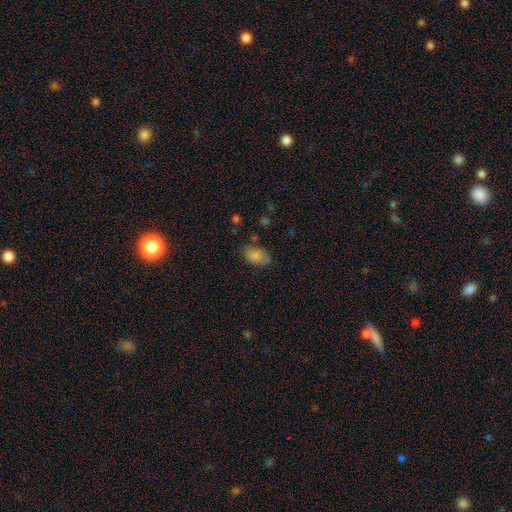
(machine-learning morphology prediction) This appears to be a smooth galaxy with no disk features (84%) that is in between round and cigar-shaped (89%). Merging: none (66%).